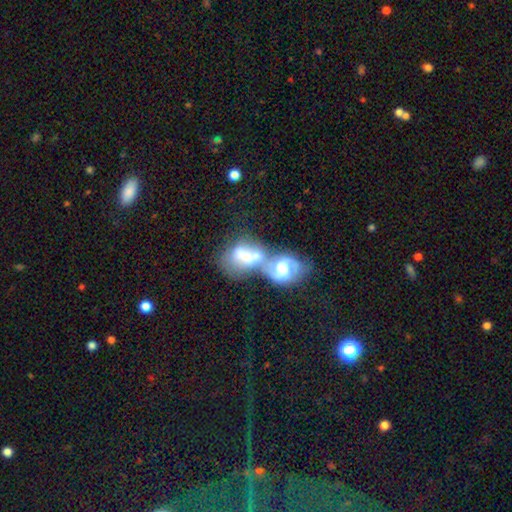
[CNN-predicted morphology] smooth_or_featured: featured or disk (p=0.50) [alt: smooth p=0.42]
merging: merger (p=0.82) [alt: major disturbance p=0.07]